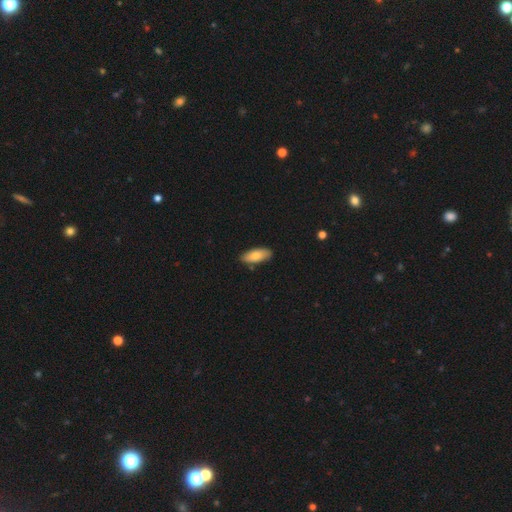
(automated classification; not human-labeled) Overall: smooth (78%). How rounded: in between (81%). Merging: none (85%).